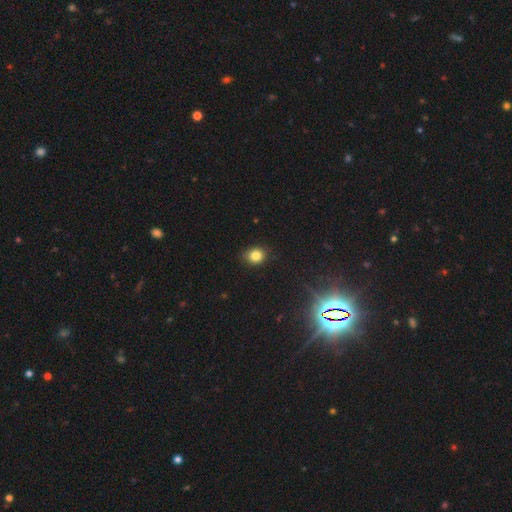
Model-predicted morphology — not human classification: The model was most divided on "how rounded": round: 66%, in between: 33%, cigar-shaped: 1%. More confident: merging — none (84%); smooth or featured — smooth (82%).